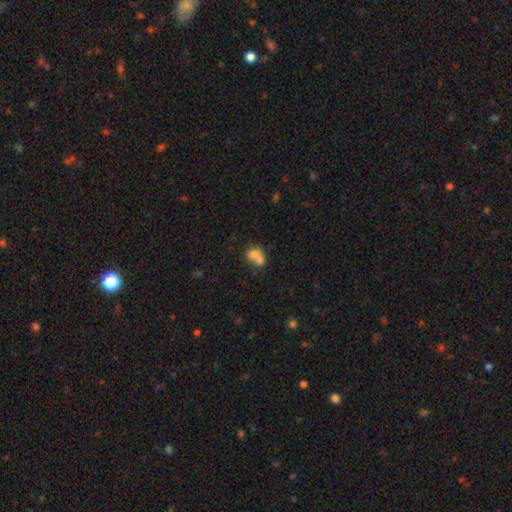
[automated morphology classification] smooth 69%, featured or disk 21%, star or artifact 10%. Down the decision tree: how rounded — round (61%); merging — merger (67%).